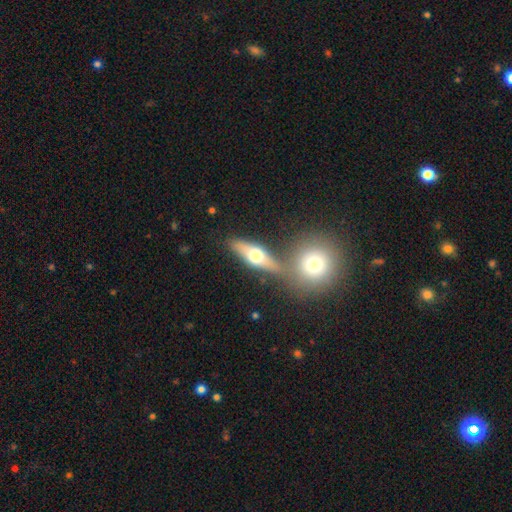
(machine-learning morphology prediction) Smooth or featured?
  - smooth: 49% *
  - featured or disk: 44%
  - star or artifact: 7%
Merging?
  - none: 62% *
  - merger: 23%
  - minor disturbance: 11%
  - major disturbance: 5%